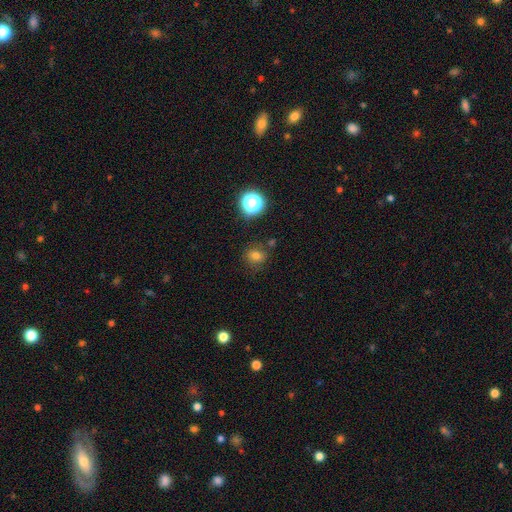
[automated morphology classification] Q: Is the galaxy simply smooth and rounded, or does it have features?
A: smooth — 72%.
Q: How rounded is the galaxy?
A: round — 69%.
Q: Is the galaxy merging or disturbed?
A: none — 77%.